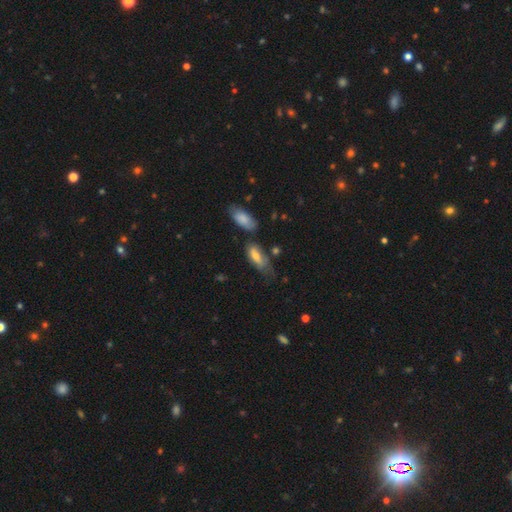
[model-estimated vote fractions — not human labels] This appears to be a smooth galaxy with no disk features (63%) that is in between round and cigar-shaped (75%). Merging: none (46%).